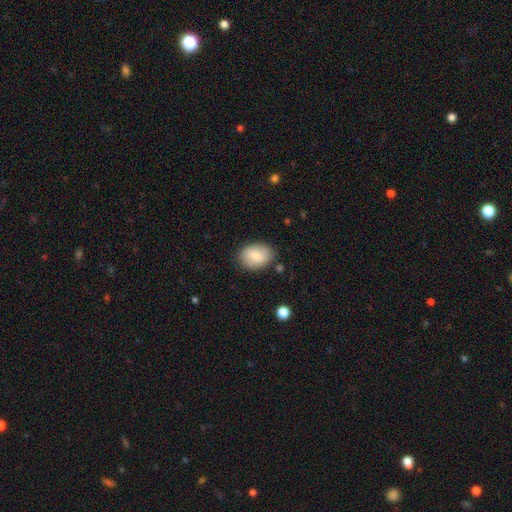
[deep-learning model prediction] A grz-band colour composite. It shows a smooth galaxy with no disk features (76%) that is in between round and cigar-shaped (73%). Merging: none (81%).